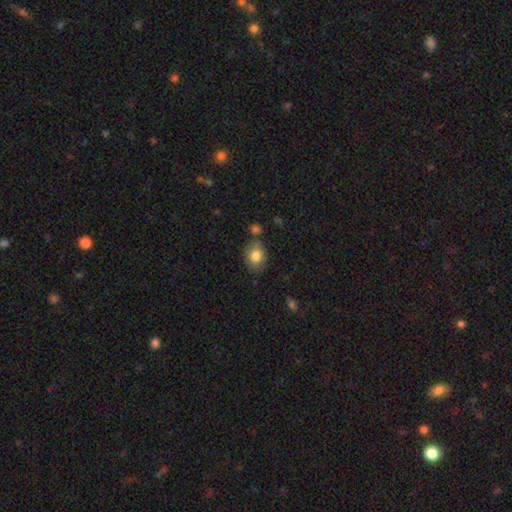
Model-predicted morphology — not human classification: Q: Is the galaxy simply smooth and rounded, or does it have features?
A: smooth — 80%.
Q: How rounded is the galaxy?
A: in between — 65%.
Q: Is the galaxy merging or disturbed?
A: none — 73%.